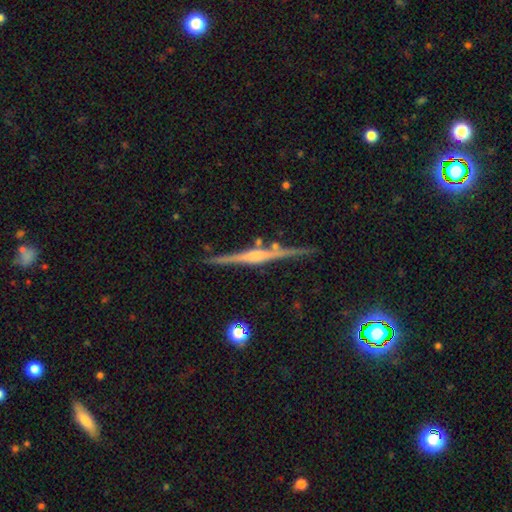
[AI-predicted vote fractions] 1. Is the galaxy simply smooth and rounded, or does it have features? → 82% featured or disk, 11% smooth, 6% star or artifact.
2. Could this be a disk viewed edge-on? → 98% yes, 2% no.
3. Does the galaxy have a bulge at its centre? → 70% rounded, 19% boxy, 12% none.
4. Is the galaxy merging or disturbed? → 86% none, 9% minor disturbance, 3% merger, 2% major disturbance.